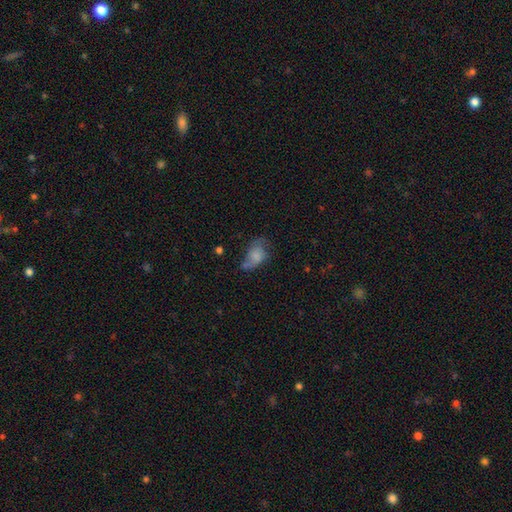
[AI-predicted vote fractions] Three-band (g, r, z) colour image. It shows a smooth galaxy with no disk features (56%) that is in between round and cigar-shaped (85%). Merging: none (36%).